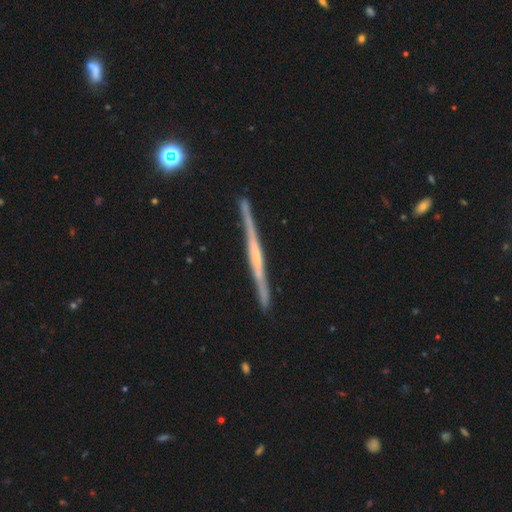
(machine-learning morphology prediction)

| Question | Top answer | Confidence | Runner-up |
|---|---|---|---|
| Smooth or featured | featured or disk | 77% | smooth (18%) |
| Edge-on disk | yes | 98% | no (2%) |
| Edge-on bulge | none | 54% | rounded (26%) |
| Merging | none | 88% | minor disturbance (9%) |